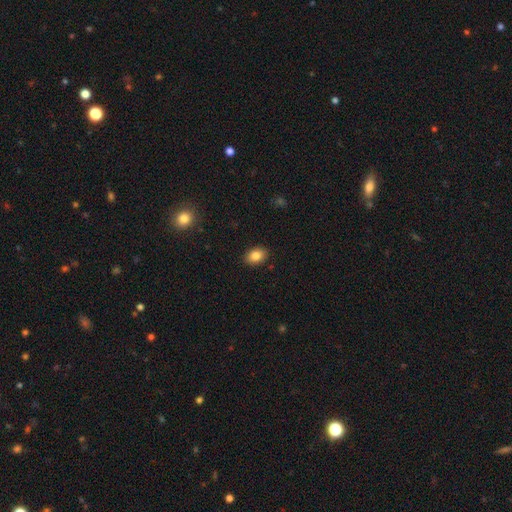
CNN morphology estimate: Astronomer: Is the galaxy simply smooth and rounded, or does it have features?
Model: smooth — 84%.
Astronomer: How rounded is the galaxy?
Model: in between — 81%.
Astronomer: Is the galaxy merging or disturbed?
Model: none — 89%.